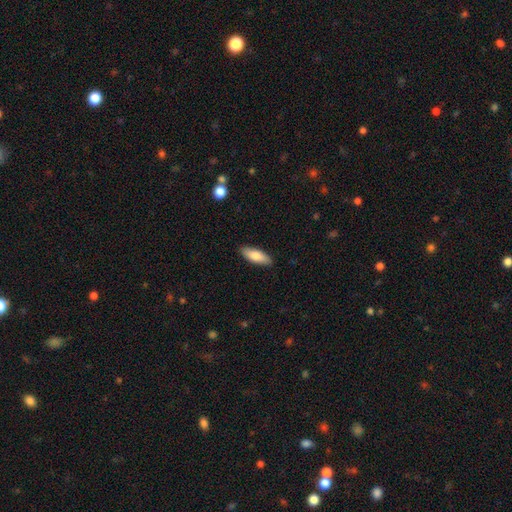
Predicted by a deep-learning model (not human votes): Morphology: type=smooth (79%); roundness=in between (65%); merging=none (88%).